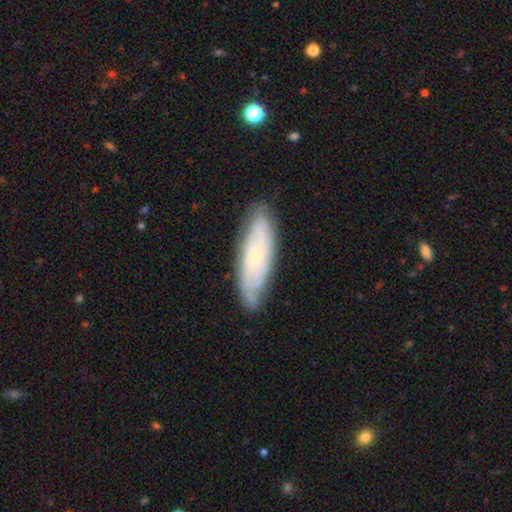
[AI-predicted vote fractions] Smooth or featured: featured or disk — 52% (smooth — 41%)
Edge-on disk: no — 75% (yes — 25%)
Merging: none — 76% (minor disturbance — 19%)